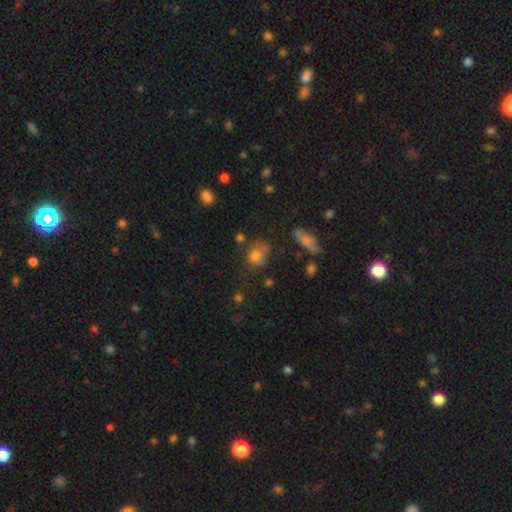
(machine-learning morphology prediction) Smooth or featured?
  - smooth: 71% *
  - featured or disk: 15%
  - star or artifact: 14%
How rounded?
  - round: 56% *
  - in between: 42%
  - cigar-shaped: 2%
Merging?
  - none: 48% *
  - minor disturbance: 26%
  - major disturbance: 16%
  - merger: 9%